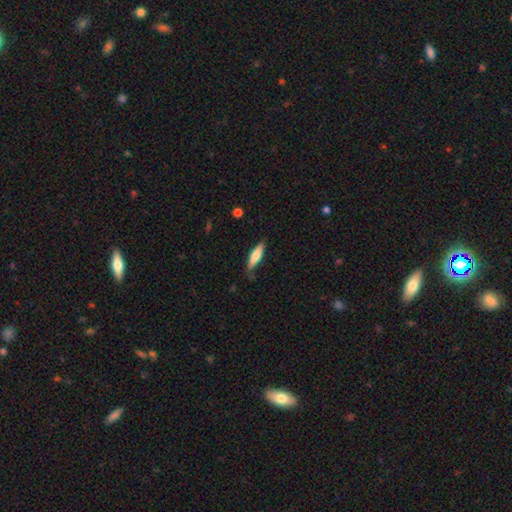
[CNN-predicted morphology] Overall: smooth (69%). How rounded: cigar-shaped (69%; in between 29%). Merging: none (75%).